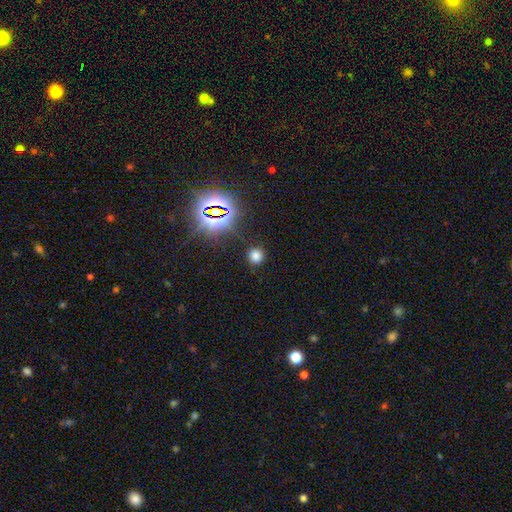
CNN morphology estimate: Smooth or featured? Predicted: smooth (p=0.70). How rounded? Predicted: round (p=0.89). Merging? Predicted: none (p=0.85).